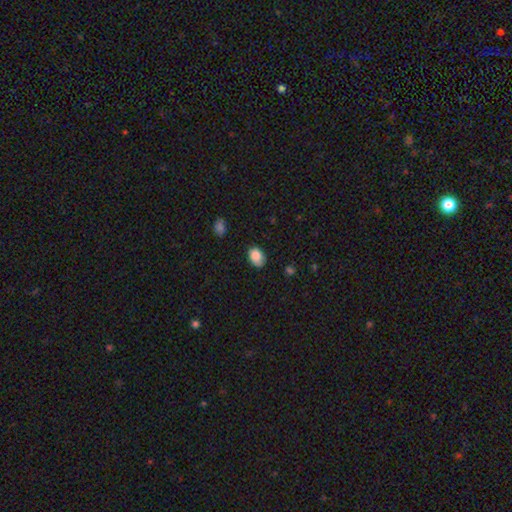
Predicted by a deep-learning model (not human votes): Q: Smooth or featured?
A: smooth (87%); runner-up: star or artifact (8%)
Q: How rounded?
A: in between (76%); runner-up: round (23%)
Q: Merging?
A: none (70%); runner-up: minor disturbance (24%)